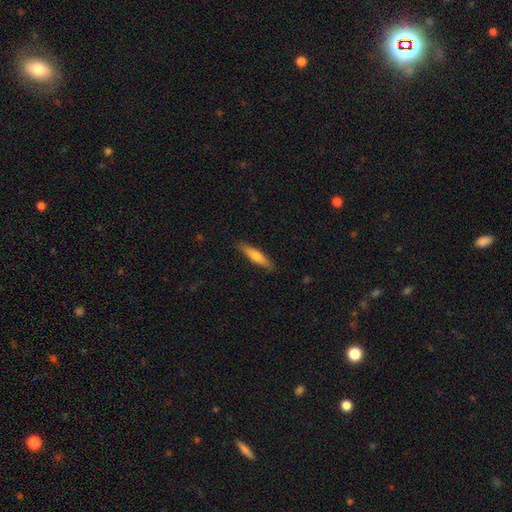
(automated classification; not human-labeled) Smooth or featured: smooth — 61% (featured or disk — 34%)
How rounded: cigar-shaped — 81% (in between — 18%)
Merging: none — 87% (minor disturbance — 10%)